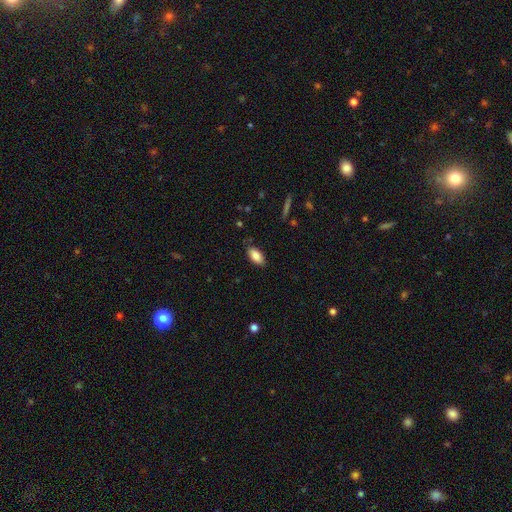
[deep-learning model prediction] Smooth or featured?
  - smooth: 86% *
  - featured or disk: 7%
  - star or artifact: 7%
How rounded?
  - in between: 92% *
  - cigar-shaped: 6%
  - round: 3%
Merging?
  - none: 83% *
  - minor disturbance: 13%
  - major disturbance: 3%
  - merger: 1%